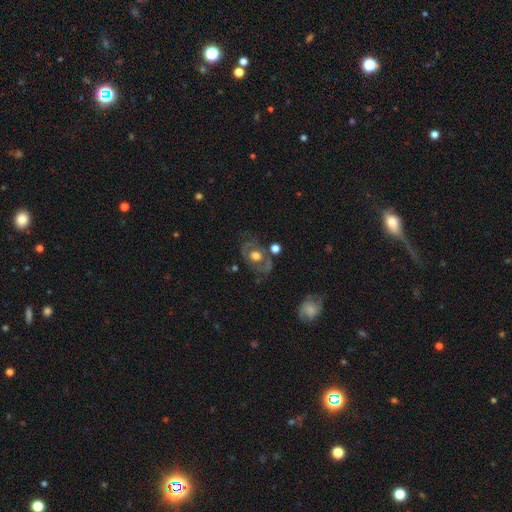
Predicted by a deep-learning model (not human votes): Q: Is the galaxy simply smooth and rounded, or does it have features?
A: featured or disk — 59%.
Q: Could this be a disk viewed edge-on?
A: no — 93%.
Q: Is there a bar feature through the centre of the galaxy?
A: no — 82%.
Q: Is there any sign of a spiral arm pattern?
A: no — 63%.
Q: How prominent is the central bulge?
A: moderate — 52%.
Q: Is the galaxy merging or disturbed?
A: none — 63%.